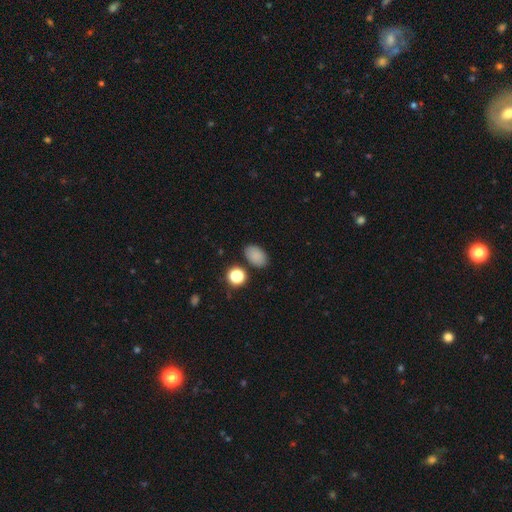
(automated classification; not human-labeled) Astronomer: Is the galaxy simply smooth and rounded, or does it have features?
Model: smooth — 84%.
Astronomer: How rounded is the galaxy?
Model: in between — 87%.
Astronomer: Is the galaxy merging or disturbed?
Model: none — 83%.